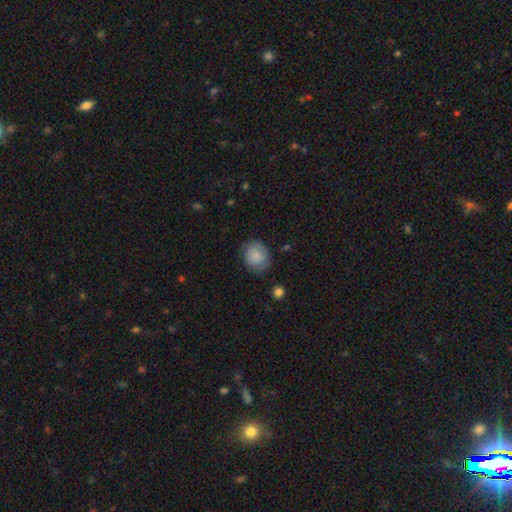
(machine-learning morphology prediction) Smooth or featured? Predicted: smooth (p=0.81). How rounded? Predicted: round (p=0.73). Merging? Predicted: none (p=0.71).